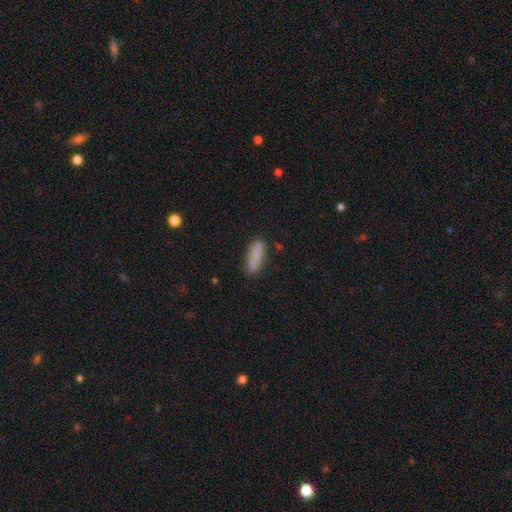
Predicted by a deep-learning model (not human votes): smooth_or_featured: smooth (p=0.87) [alt: star or artifact p=0.08]
how_rounded: cigar-shaped (p=0.52) [alt: in between p=0.46]
merging: none (p=0.85) [alt: minor disturbance p=0.11]